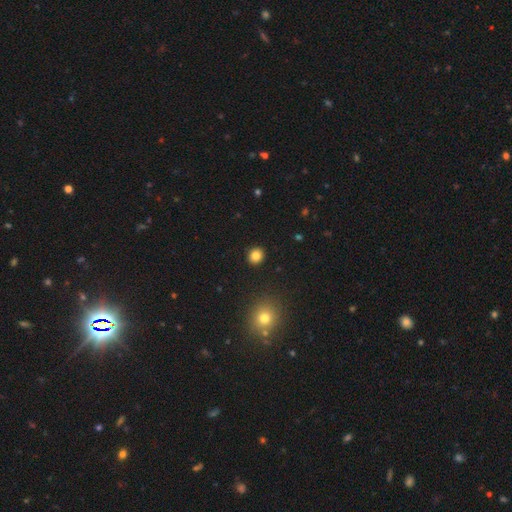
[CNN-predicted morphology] A smooth galaxy with no disk features (83%) that is round (85%). Merging: none (92%).